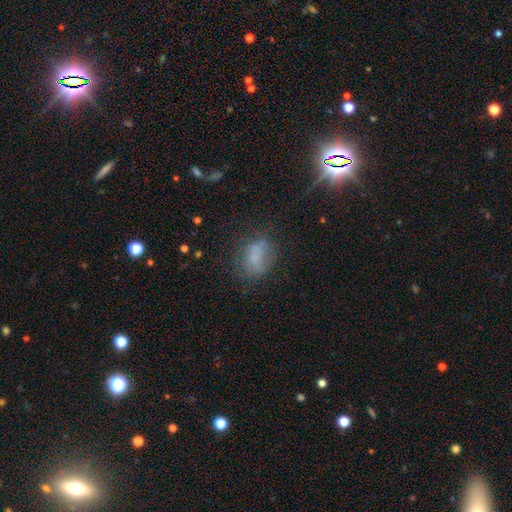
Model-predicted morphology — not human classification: type=smooth (57%); roundness=in between (74%); merging=none (52%).